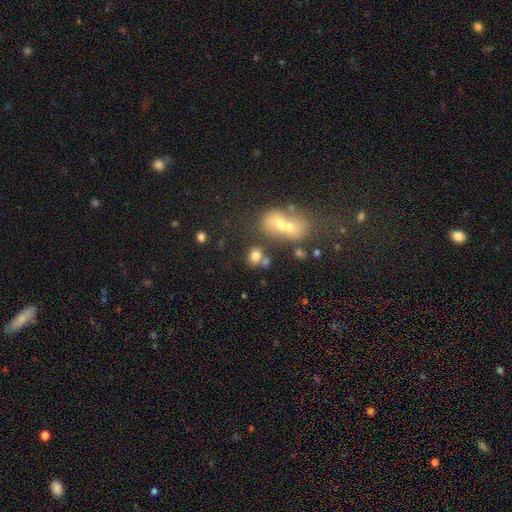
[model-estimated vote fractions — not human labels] A smooth galaxy with no disk features (75%) that is in between round and cigar-shaped (56%). Merging: none (48%).